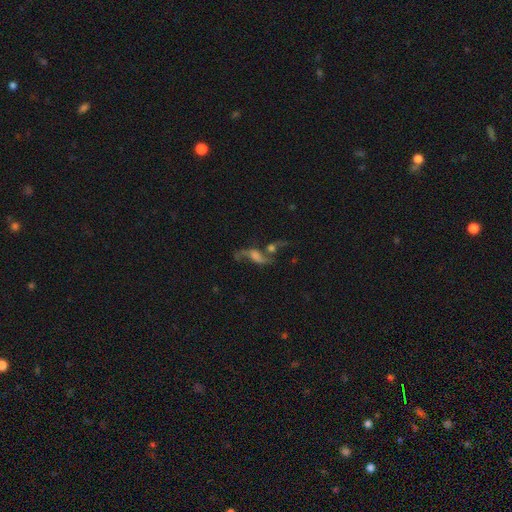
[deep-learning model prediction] A featured or disk galaxy (55%).

Vote fractions:
- Smooth or featured? featured or disk: 55% / smooth: 28% / star or artifact: 17%
- Edge-on disk? no: 87% / yes: 13%
- Merging? merger: 38% / none: 29% / major disturbance: 21% / minor disturbance: 12%